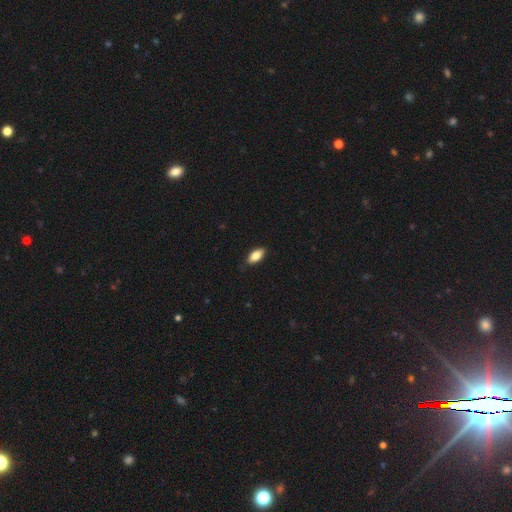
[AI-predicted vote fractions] Smooth or featured? Predicted: smooth (p=0.84). How rounded? Predicted: in between (p=0.89). Merging? Predicted: none (p=0.85).